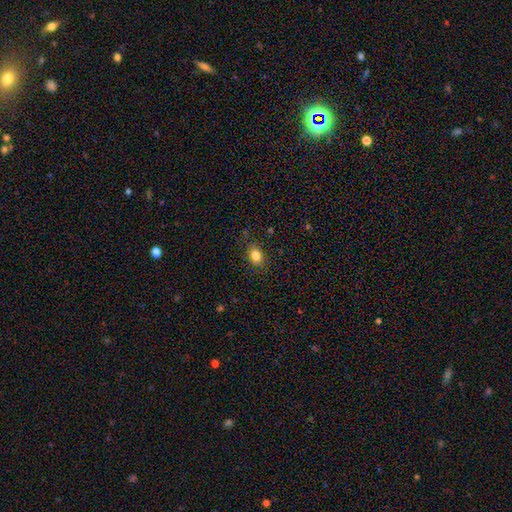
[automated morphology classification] smooth_or_featured: smooth (p=0.83) [alt: star or artifact p=0.10]
how_rounded: in between (p=0.75) [alt: round p=0.24]
merging: none (p=0.83) [alt: minor disturbance p=0.12]